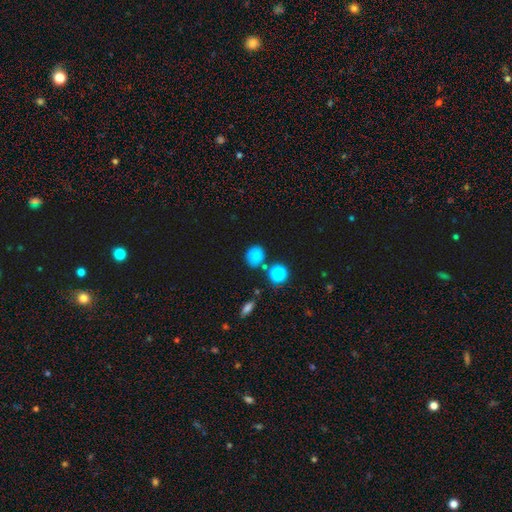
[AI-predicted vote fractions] A smooth galaxy with no disk features (78%) that is round (72%). Merging: none (75%).